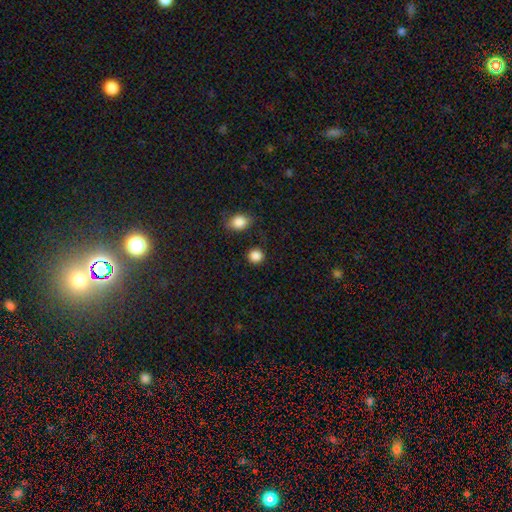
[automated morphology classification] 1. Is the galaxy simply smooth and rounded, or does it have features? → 87% smooth, 10% star or artifact, 3% featured or disk.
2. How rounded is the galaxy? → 90% round, 9% in between, 1% cigar-shaped.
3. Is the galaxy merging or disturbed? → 86% none, 8% minor disturbance, 3% merger, 3% major disturbance.